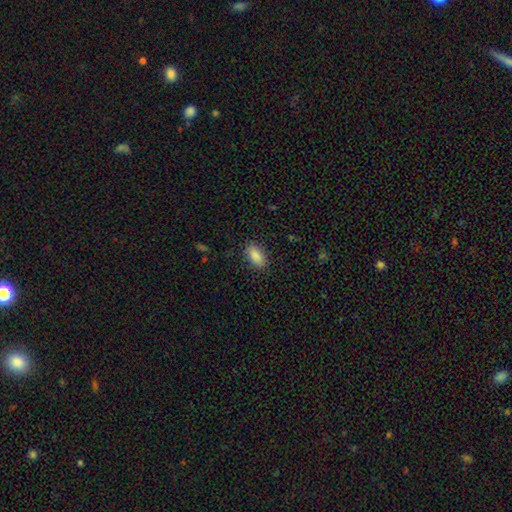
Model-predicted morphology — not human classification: This is clearly a smooth galaxy (89%). How rounded: clearly in between (92%). Merging: clearly none (88%).